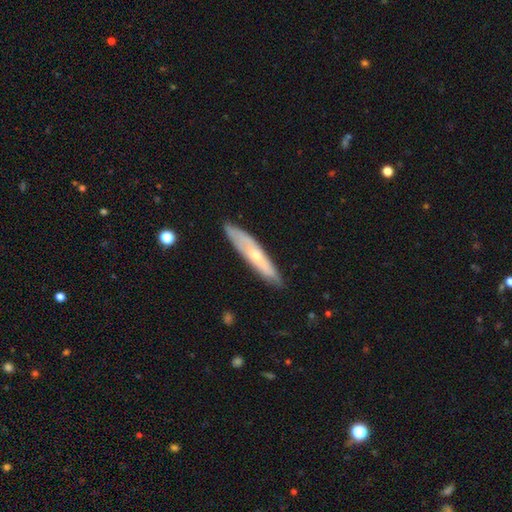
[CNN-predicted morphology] Smooth or featured: featured or disk — 49% (smooth — 45%)
Merging: none — 79% (minor disturbance — 16%)